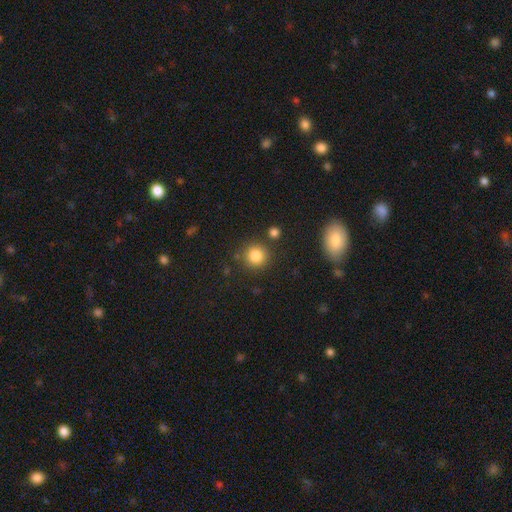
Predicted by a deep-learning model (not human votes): This appears to be a smooth galaxy with no disk features (83%) that is round (92%). Merging: none (83%).